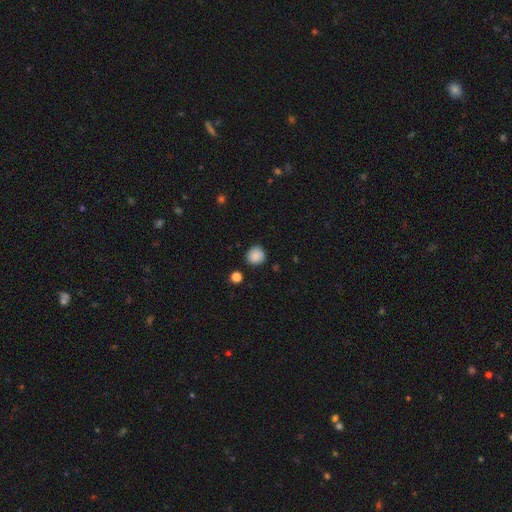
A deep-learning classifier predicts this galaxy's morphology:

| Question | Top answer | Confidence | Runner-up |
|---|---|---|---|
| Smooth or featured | smooth | 88% | star or artifact (9%) |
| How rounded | round | 89% | in between (10%) |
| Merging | none | 85% | minor disturbance (10%) |